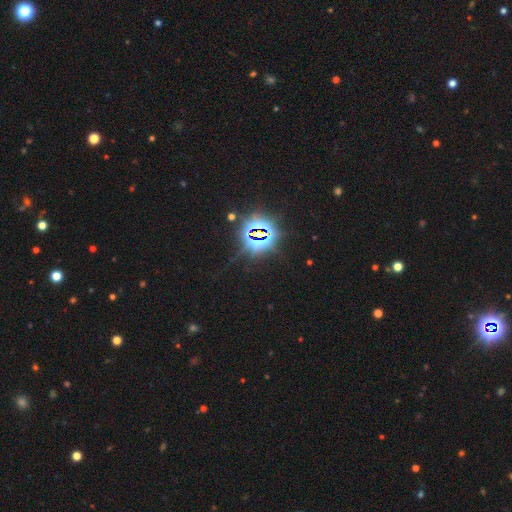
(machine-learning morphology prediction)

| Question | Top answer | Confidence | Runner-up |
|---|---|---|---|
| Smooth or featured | star or artifact | 82% | smooth (11%) |